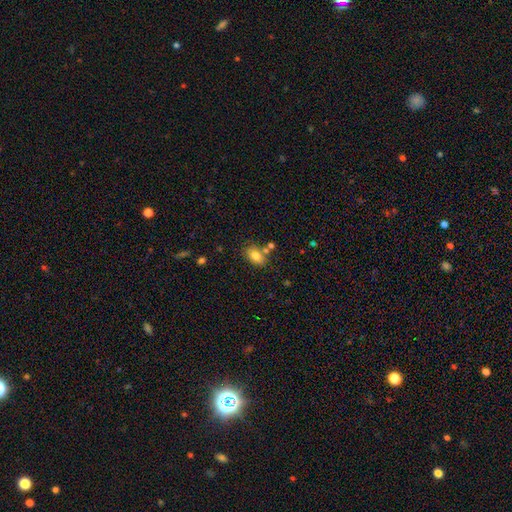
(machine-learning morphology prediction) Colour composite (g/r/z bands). It shows a smooth galaxy with no disk features (81%) that is in between round and cigar-shaped (83%). Merging: none (69%).